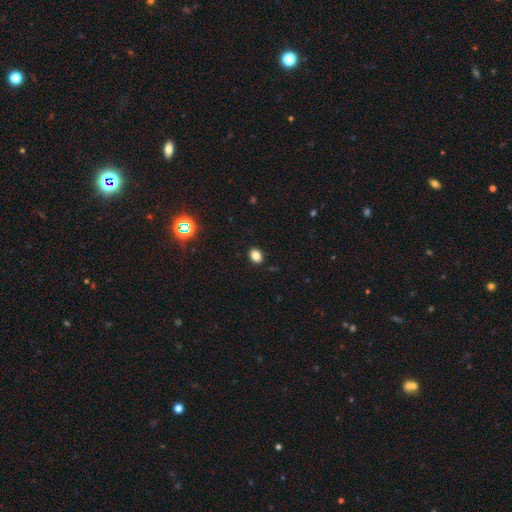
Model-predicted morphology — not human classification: smooth-or-featured: smooth: 82% | star or artifact: 13% | featured or disk: 5%
  how-rounded: in between: 61% | round: 38% | cigar-shaped: 1%
  merging: none: 89% | minor disturbance: 8% | major disturbance: 2% | merger: 1%